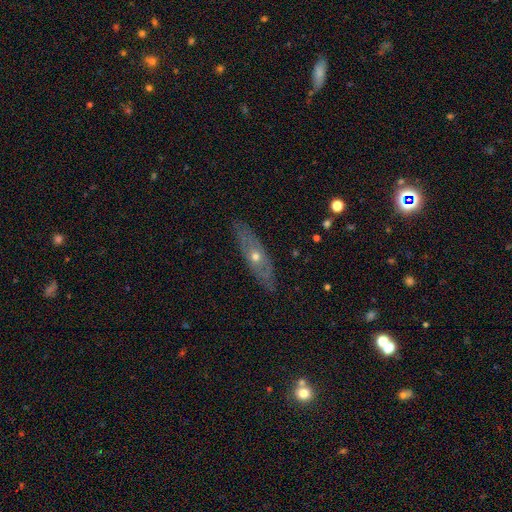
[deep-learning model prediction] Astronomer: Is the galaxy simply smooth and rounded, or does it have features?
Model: featured or disk — 62%.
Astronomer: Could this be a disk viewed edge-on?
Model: yes — 51% (runner-up: no, 49%).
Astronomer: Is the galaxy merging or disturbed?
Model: none — 85%.